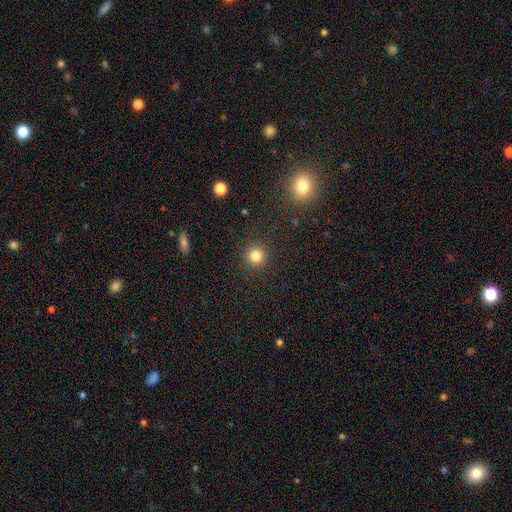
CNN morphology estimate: This appears to be a smooth galaxy with no disk features (82%) that is round (94%). Merging: none (91%).